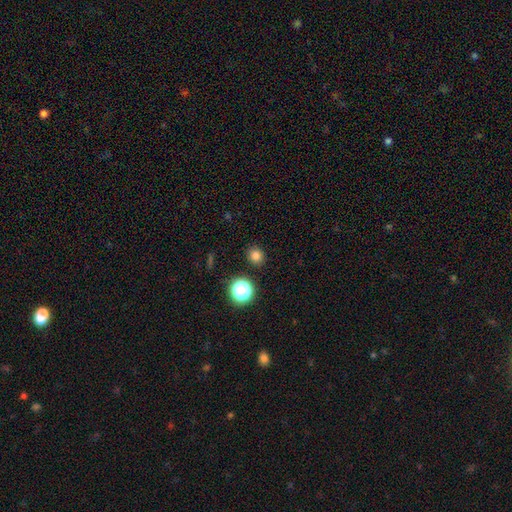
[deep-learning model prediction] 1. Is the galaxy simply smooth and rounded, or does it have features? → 78% smooth, 16% star or artifact, 5% featured or disk.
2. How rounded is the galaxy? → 84% round, 15% in between, 1% cigar-shaped.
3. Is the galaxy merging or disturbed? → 90% none, 6% minor disturbance, 2% major disturbance, 2% merger.